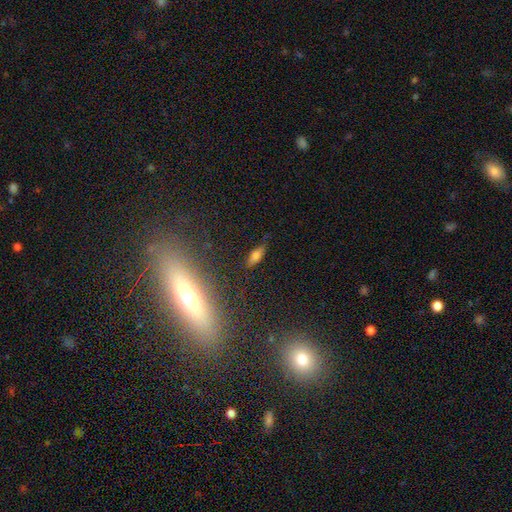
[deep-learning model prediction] Smooth or featured? Predicted: smooth (p=0.72). How rounded? Predicted: in between (p=0.68). Merging? Predicted: none (p=0.81).